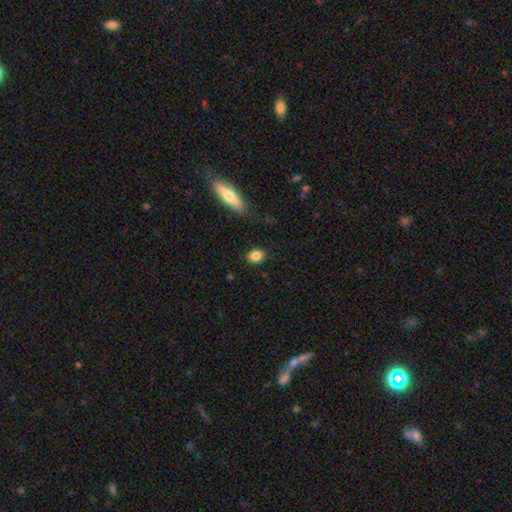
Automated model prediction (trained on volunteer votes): smooth_or_featured: smooth (p=0.85) [alt: star or artifact p=0.09]
how_rounded: in between (p=0.54) [alt: round p=0.44]
merging: none (p=0.87) [alt: minor disturbance p=0.09]